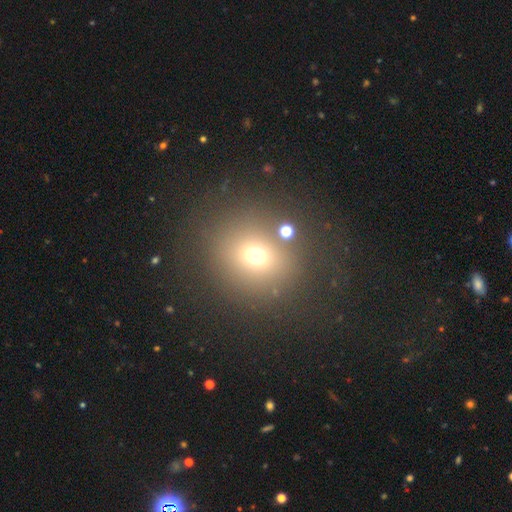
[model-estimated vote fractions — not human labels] The model was most divided on "smooth or featured": smooth: 67%, star or artifact: 22%, featured or disk: 11%. More confident: how rounded — round (83%); merging — none (78%).